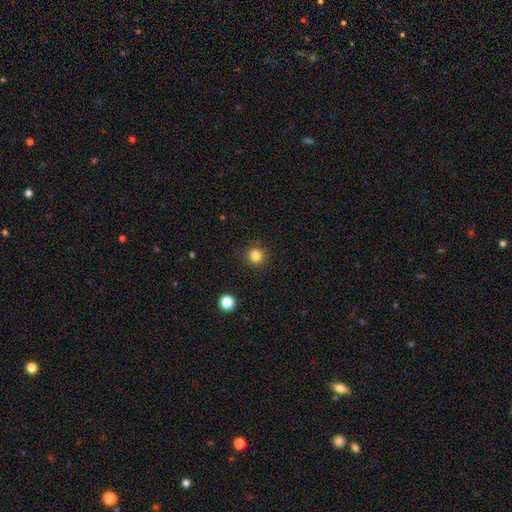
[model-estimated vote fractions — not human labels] Q: Smooth or featured?
A: smooth (83%); runner-up: star or artifact (12%)
Q: How rounded?
A: round (95%); runner-up: in between (4%)
Q: Merging?
A: none (92%); runner-up: minor disturbance (5%)